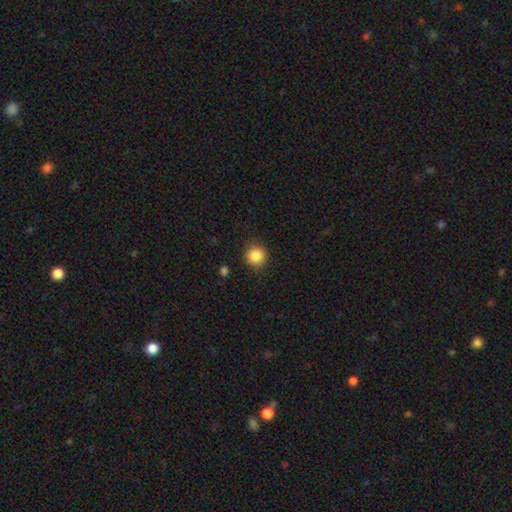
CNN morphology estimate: This appears to be a smooth galaxy with no disk features (86%) that is round (92%). Merging: none (88%).